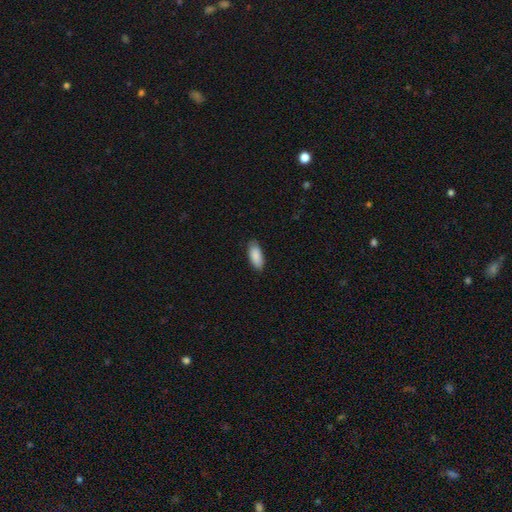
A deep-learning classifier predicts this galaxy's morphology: This appears to be a smooth galaxy with no disk features (89%) that is in between round and cigar-shaped (85%). Merging: none (84%).